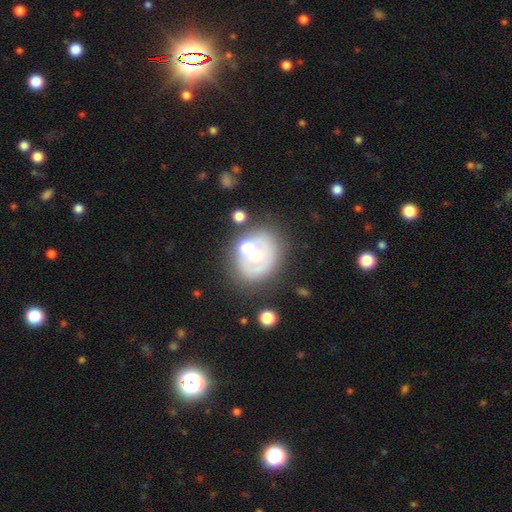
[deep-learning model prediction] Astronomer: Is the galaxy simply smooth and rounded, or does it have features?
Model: featured or disk — 55% (runner-up: smooth, 33%).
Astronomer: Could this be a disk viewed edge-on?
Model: no — 96%.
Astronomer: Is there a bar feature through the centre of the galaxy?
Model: no — 82%.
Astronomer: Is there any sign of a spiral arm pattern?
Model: no — 85%.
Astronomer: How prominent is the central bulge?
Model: moderate — 68%.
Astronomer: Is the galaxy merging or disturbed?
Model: none — 59%.